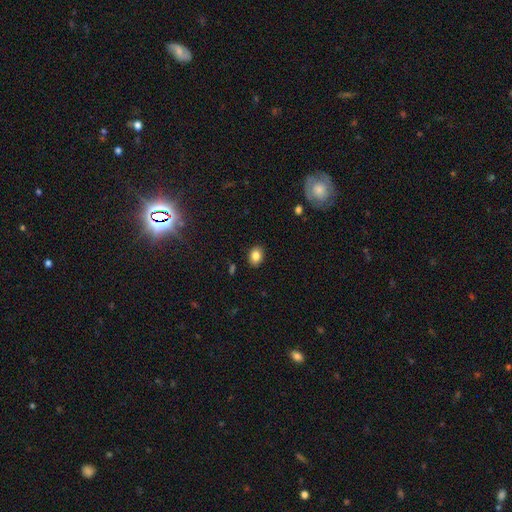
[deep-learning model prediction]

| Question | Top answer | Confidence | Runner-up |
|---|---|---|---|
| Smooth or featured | smooth | 84% | star or artifact (9%) |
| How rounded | in between | 71% | round (28%) |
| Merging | none | 88% | minor disturbance (9%) |